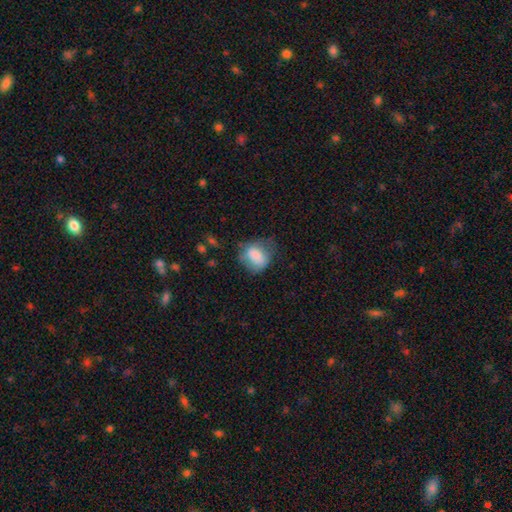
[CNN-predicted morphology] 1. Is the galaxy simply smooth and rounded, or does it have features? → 77% smooth, 15% featured or disk, 8% star or artifact.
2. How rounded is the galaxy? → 54% in between, 45% round, 1% cigar-shaped.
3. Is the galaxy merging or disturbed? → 45% none, 33% minor disturbance, 19% major disturbance, 3% merger.